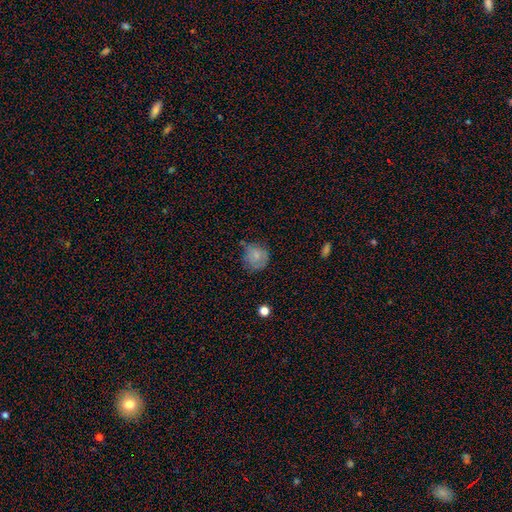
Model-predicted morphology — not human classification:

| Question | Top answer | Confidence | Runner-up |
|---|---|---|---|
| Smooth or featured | smooth | 70% | featured or disk (19%) |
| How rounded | round | 81% | in between (18%) |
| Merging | none | 53% | minor disturbance (31%) |